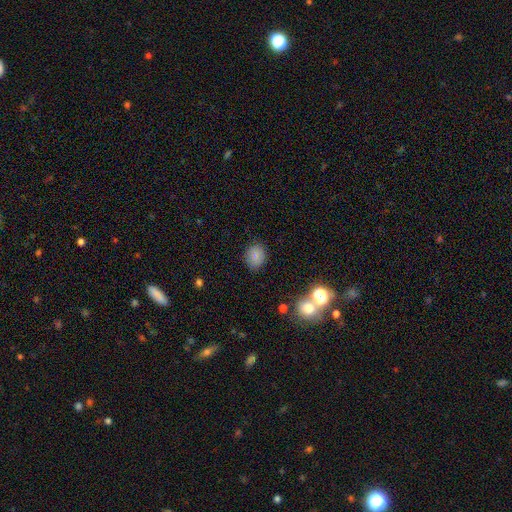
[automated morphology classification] A smooth galaxy with no disk features (77%) that is round (70%).

Vote fractions:
- Smooth or featured? smooth: 77% / star or artifact: 12% / featured or disk: 11%
- How rounded? round: 70% / in between: 29% / cigar-shaped: 1%
- Merging? none: 83% / minor disturbance: 12% / major disturbance: 3% / merger: 2%